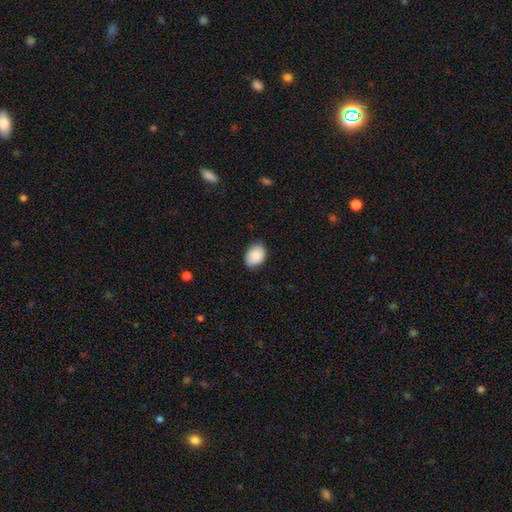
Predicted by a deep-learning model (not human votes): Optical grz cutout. It shows a smooth galaxy with no disk features (87%) that is in between round and cigar-shaped (77%). Merging: none (83%).